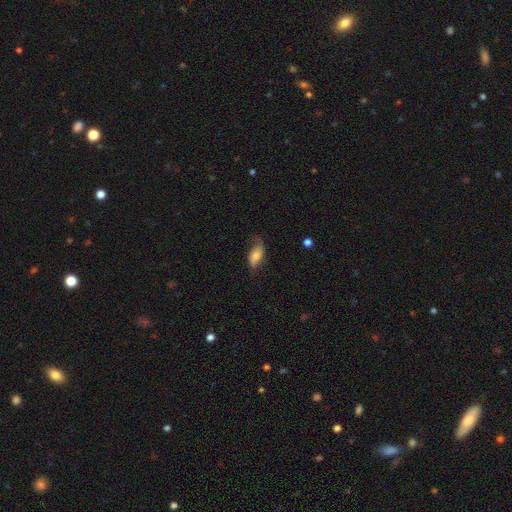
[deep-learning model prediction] This is likely a smooth galaxy (63%). How rounded: clearly in between (88%). Merging: possibly none (53%).